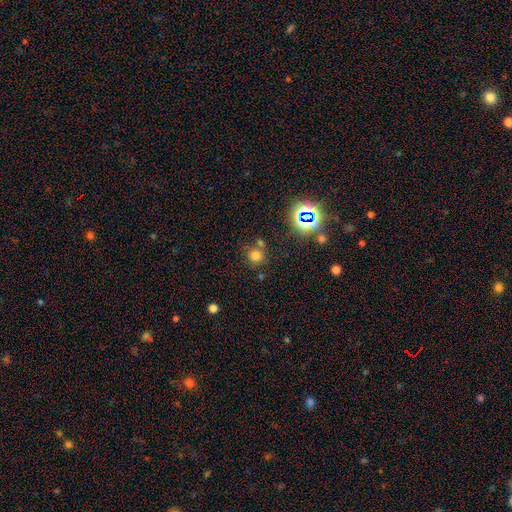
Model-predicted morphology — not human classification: Smooth or featured? smooth (71%)
How rounded? round (92%)
Merging? none (70%)